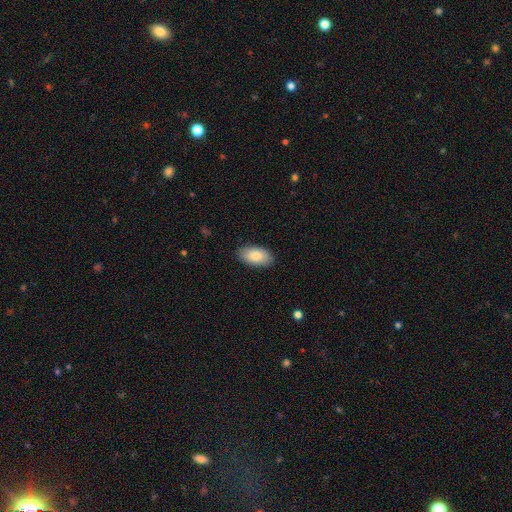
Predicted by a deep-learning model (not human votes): smooth-or-featured: smooth: 85% | featured or disk: 9% | star or artifact: 6%
  how-rounded: in between: 95% | round: 3% | cigar-shaped: 2%
  merging: none: 88% | minor disturbance: 9% | major disturbance: 2% | merger: 1%